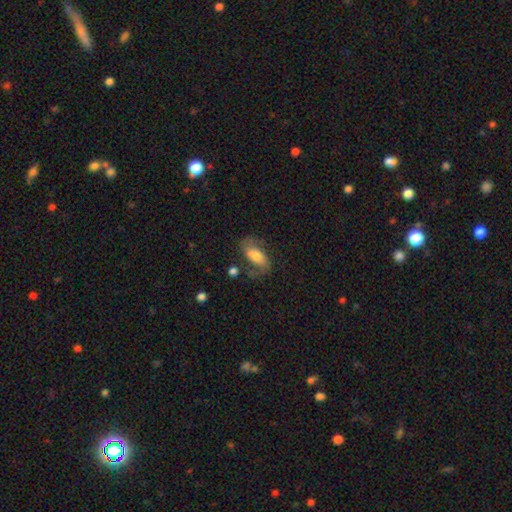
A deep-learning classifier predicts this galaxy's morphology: Smooth or featured?
  - featured or disk: 49% *
  - smooth: 43%
  - star or artifact: 8%
Merging?
  - none: 55% *
  - minor disturbance: 22%
  - major disturbance: 18%
  - merger: 5%